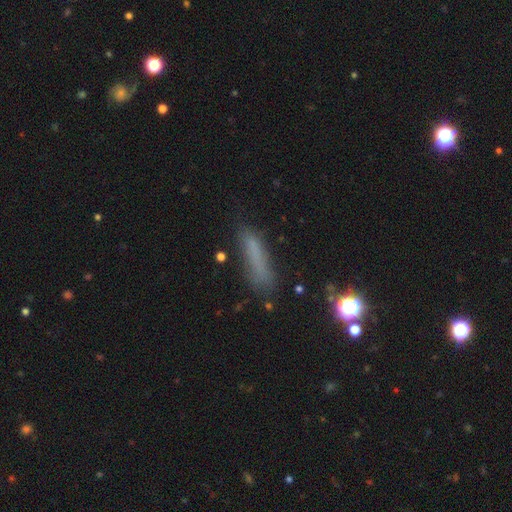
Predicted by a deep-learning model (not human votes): Smooth or featured: smooth — 67% (star or artifact — 17%)
How rounded: cigar-shaped — 81% (in between — 17%)
Merging: none — 68% (minor disturbance — 20%)